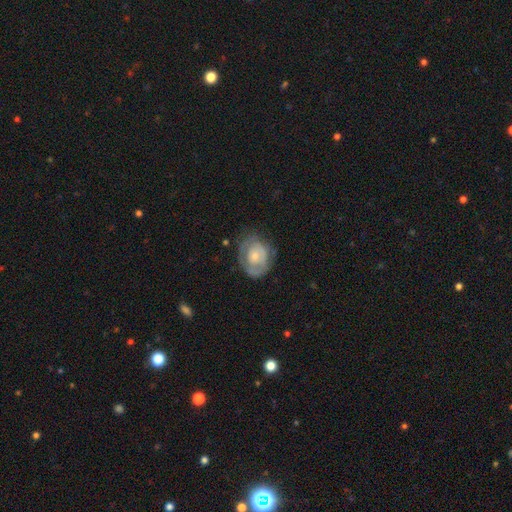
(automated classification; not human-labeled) Overall: featured or disk (54%; smooth 40%). Edge-on disk: no (96%). Bar: no (84%). Spiral arms: no (52%; yes 48%). Bulge size: small (52%; moderate 41%). Merging: none (58%; minor disturbance 26%).